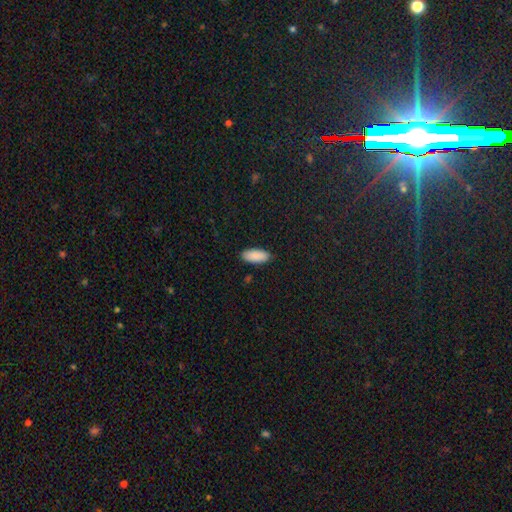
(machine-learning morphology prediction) smooth-or-featured: smooth: 90% | star or artifact: 6% | featured or disk: 3%
  how-rounded: in between: 87% | cigar-shaped: 12% | round: 2%
  merging: none: 88% | minor disturbance: 9% | major disturbance: 2% | merger: 1%